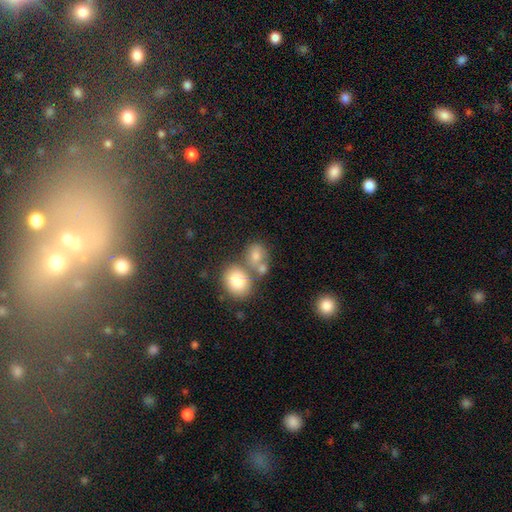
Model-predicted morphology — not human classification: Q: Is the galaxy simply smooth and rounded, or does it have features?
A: smooth — 74%.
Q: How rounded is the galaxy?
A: in between — 50%.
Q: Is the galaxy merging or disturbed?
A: merger — 41%, tied with none.